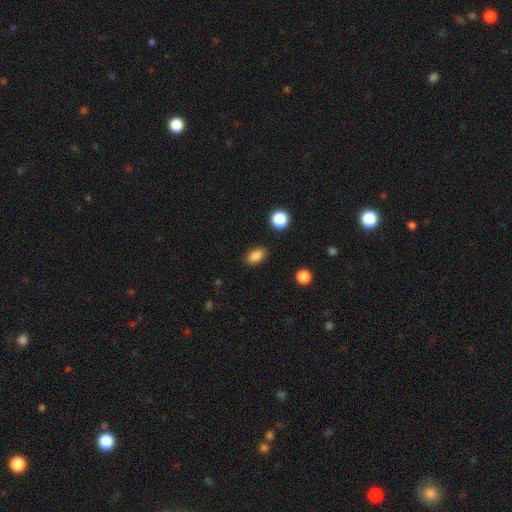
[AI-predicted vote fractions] Overall: smooth (86%). How rounded: in between (86%). Merging: none (86%).